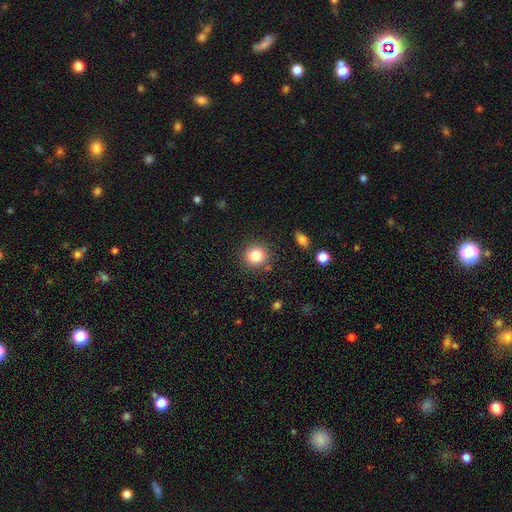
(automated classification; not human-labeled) This appears to be a smooth galaxy with no disk features (83%) that is round (88%). Merging: none (85%).